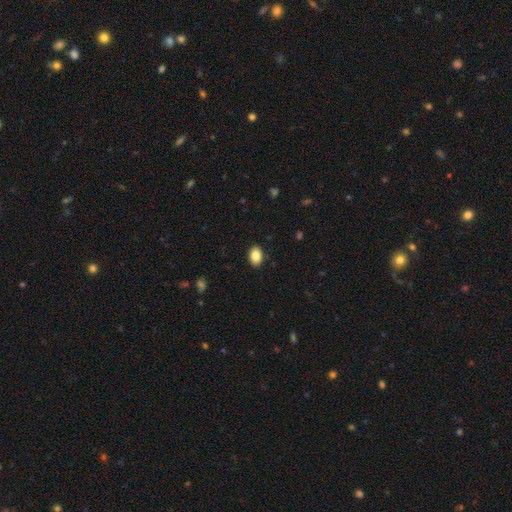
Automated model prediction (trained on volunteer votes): Morphology: type=smooth (87%); roundness=in between (85%); merging=none (90%).